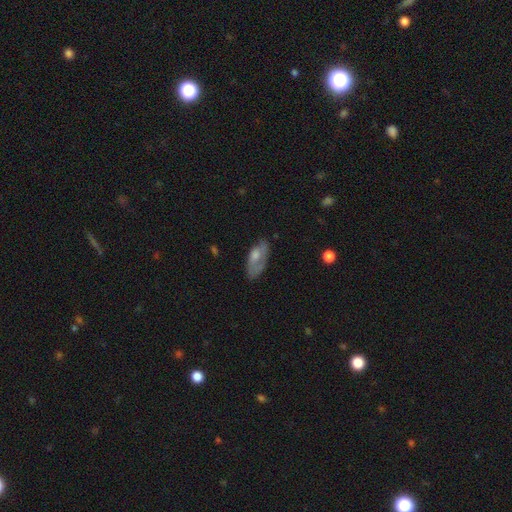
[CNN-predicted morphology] Smooth or featured? smooth (47%)
Merging? none (59%)